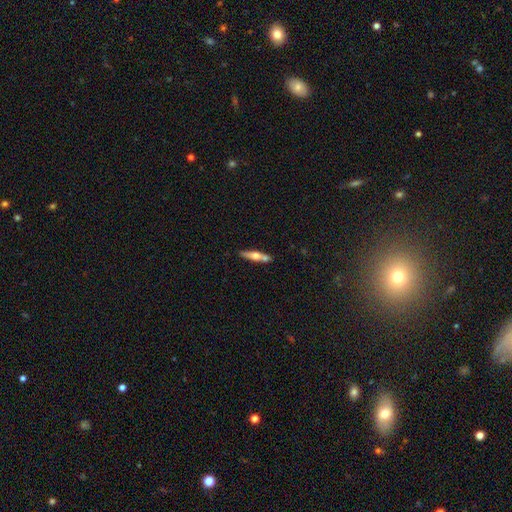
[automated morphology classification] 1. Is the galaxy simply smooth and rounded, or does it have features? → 51% featured or disk, 43% smooth, 6% star or artifact.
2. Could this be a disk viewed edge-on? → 92% yes, 8% no.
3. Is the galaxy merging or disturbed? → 67% none, 17% merger, 13% minor disturbance, 3% major disturbance.